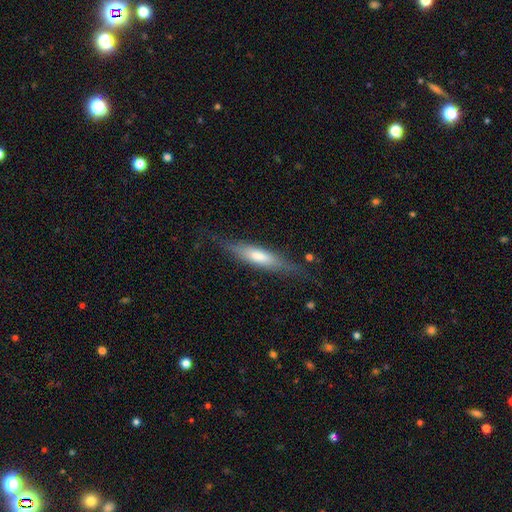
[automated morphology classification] A smooth galaxy with no disk features (47%). Merging: none (74%).